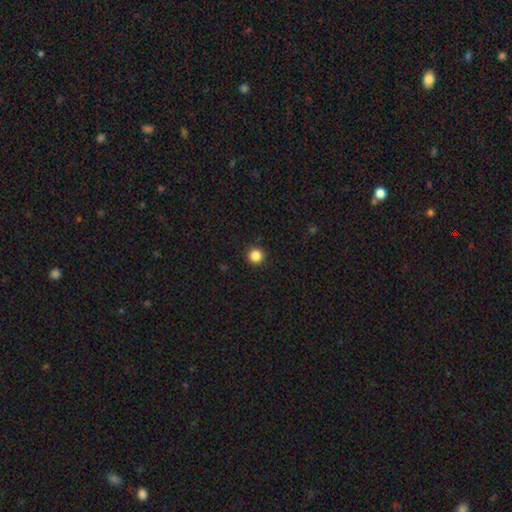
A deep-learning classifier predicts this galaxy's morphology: Smooth or featured? Predicted: smooth (p=0.86). How rounded? Predicted: round (p=0.96). Merging? Predicted: none (p=0.93).